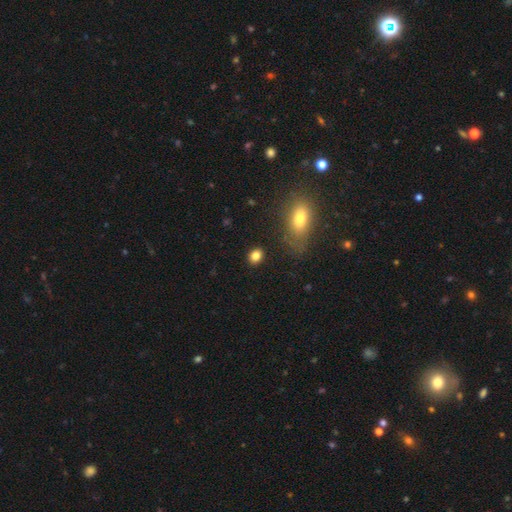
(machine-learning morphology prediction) This is clearly a smooth galaxy (84%). How rounded: possibly round (52%). Merging: clearly none (88%).